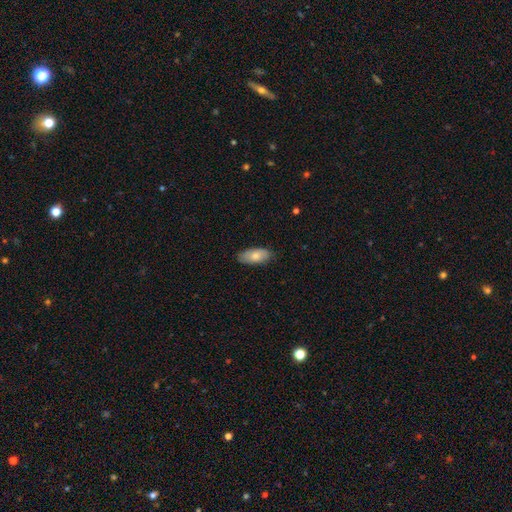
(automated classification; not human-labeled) This is likely a smooth galaxy (78%). How rounded: clearly in between (90%). Merging: clearly none (82%).